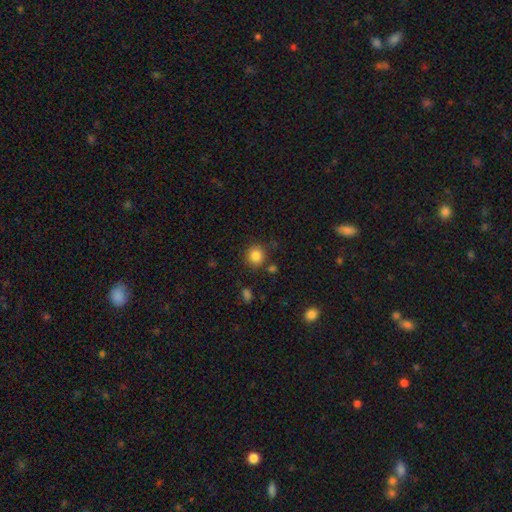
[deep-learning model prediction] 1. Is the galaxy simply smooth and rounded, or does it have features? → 85% smooth, 10% star or artifact, 5% featured or disk.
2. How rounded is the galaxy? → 87% round, 12% in between, 1% cigar-shaped.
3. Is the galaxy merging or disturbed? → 82% none, 10% minor disturbance, 5% merger, 3% major disturbance.